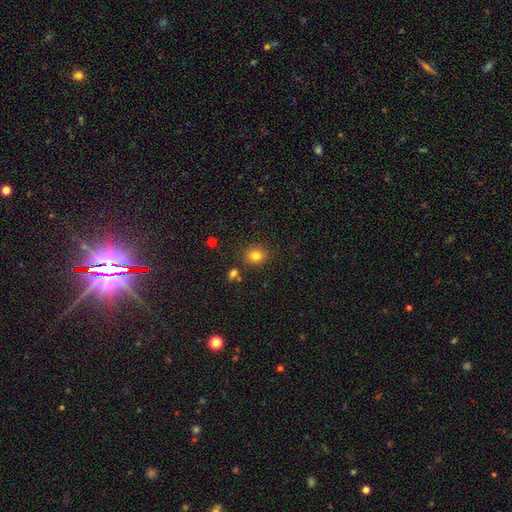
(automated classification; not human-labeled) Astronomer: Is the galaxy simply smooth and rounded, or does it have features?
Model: smooth — 82%.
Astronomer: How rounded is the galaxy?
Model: round — 73%.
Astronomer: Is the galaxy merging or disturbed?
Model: none — 83%.